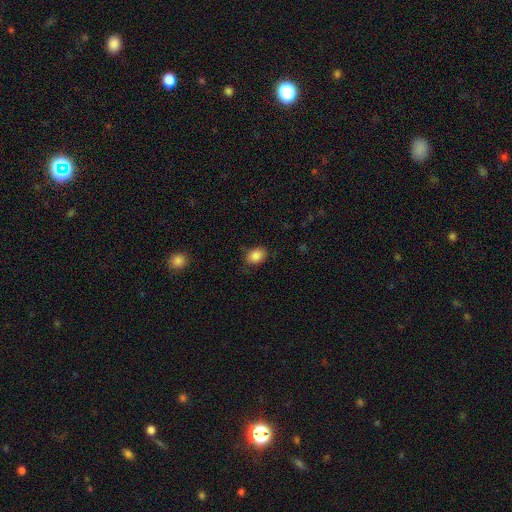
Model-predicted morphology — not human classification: Smooth or featured? Predicted: smooth (p=0.86). How rounded? Predicted: in between (p=0.67). Merging? Predicted: none (p=0.80).